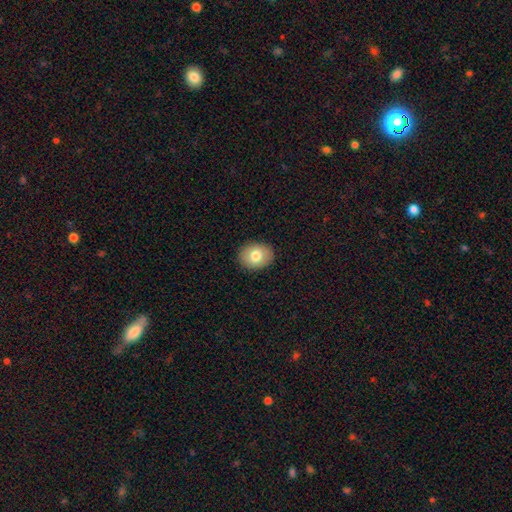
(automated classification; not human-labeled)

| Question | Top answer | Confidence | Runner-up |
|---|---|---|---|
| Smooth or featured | smooth | 78% | featured or disk (14%) |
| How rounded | in between | 55% | round (44%) |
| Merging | none | 90% | minor disturbance (7%) |